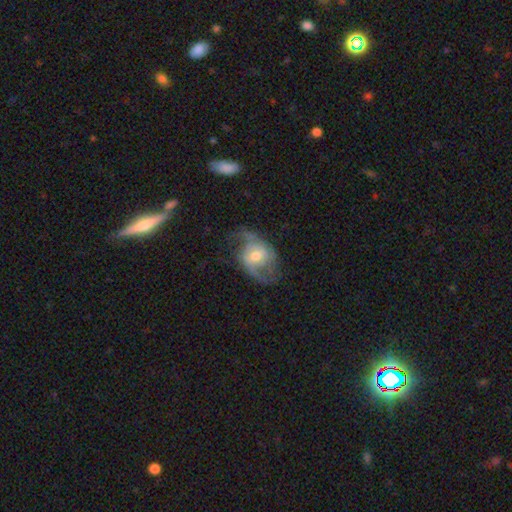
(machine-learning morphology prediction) featured or disk 75%, smooth 19%, star or artifact 6%. Down the decision tree: edge-on disk — no (96%); bar — no (51%); spiral arms — yes (88%); spiral arm count — 2 (81%); spiral winding — loose (43%); bulge size — moderate (62%); merging — none (54%).